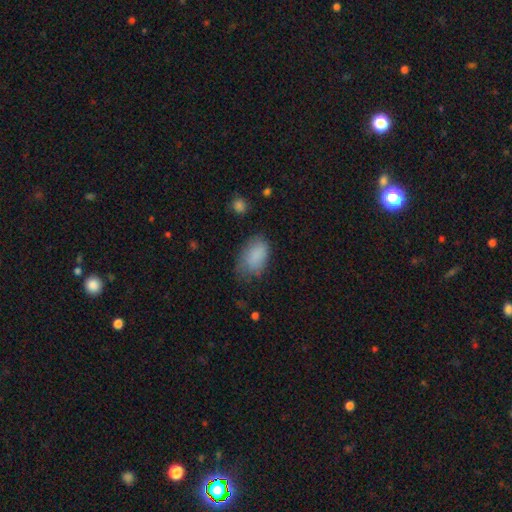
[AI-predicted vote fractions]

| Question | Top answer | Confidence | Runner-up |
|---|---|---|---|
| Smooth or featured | smooth | 85% | star or artifact (8%) |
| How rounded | in between | 91% | round (8%) |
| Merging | none | 57% | minor disturbance (31%) |